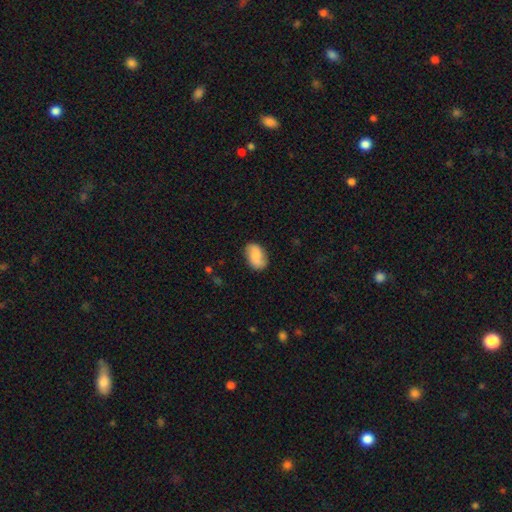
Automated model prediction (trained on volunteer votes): Smooth or featured: smooth — 65% (featured or disk — 27%)
How rounded: in between — 87% (round — 11%)
Merging: none — 78% (minor disturbance — 16%)